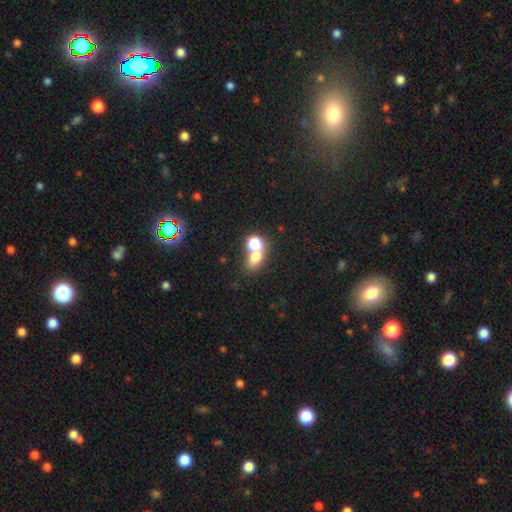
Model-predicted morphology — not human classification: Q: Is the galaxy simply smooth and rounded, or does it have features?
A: smooth — 69%.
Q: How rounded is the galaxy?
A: in between — 53%.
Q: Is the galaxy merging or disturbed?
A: merger — 62%.